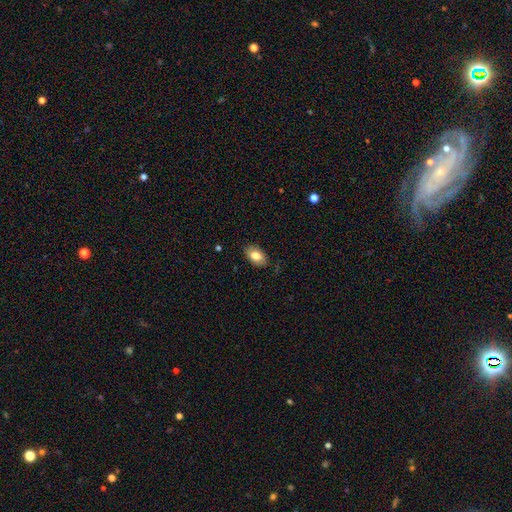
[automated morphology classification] A smooth galaxy with no disk features (81%) that is in between round and cigar-shaped (91%). Merging: none (84%).